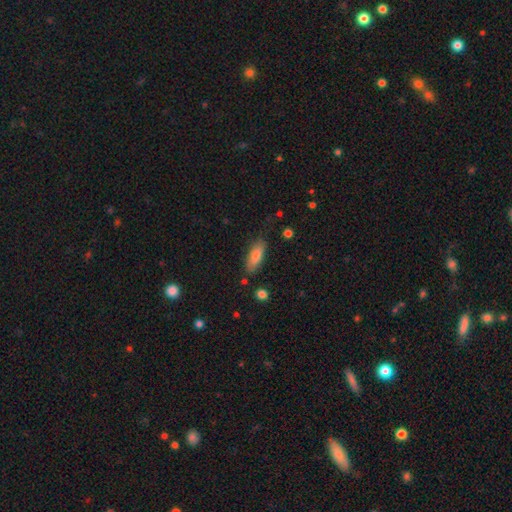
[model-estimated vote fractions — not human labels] The model was most divided on "how rounded": in between: 65%, cigar-shaped: 33%, round: 2%. More confident: smooth or featured — smooth (81%); merging — none (78%).